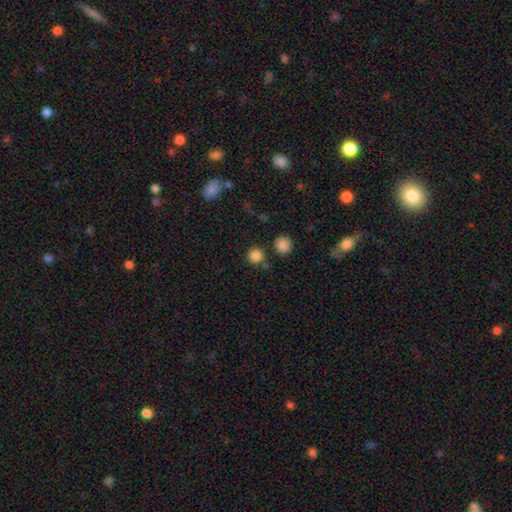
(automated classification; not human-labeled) smooth 84%, star or artifact 12%, featured or disk 4%. Down the decision tree: how rounded — round (94%); merging — none (81%).